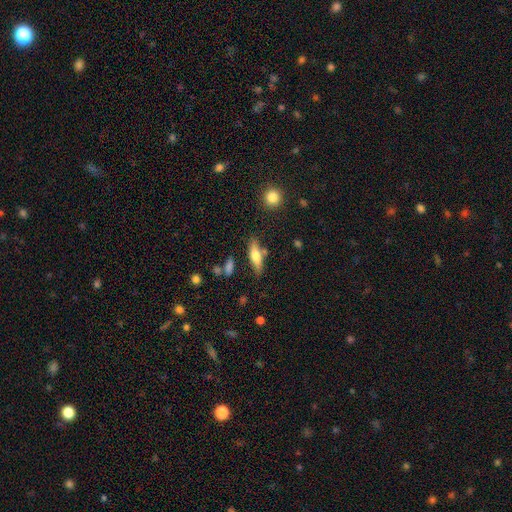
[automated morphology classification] This is likely a smooth galaxy (60%). How rounded: possibly cigar-shaped (51%). Merging: likely none (73%).